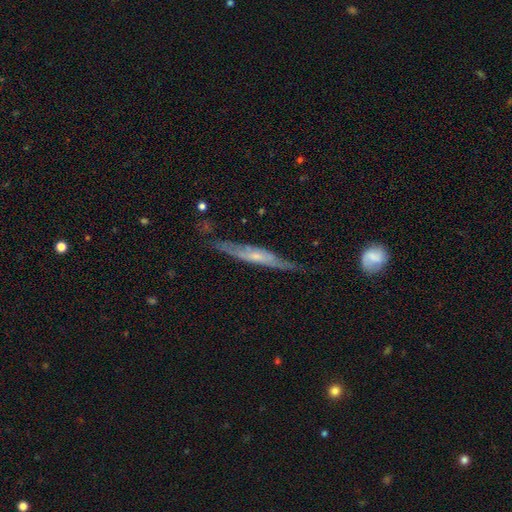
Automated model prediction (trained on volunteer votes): Q: Smooth or featured?
A: featured or disk (65%); runner-up: smooth (29%)
Q: Edge-on disk?
A: yes (80%); runner-up: no (20%)
Q: Edge-on bulge?
A: none (45%); tied with: rounded (45%)
Q: Merging?
A: none (72%); runner-up: minor disturbance (21%)